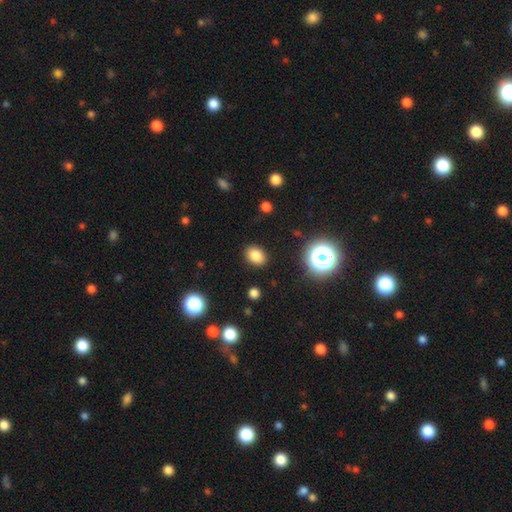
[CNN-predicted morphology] Smooth or featured? smooth (82%)
How rounded? in between (63%)
Merging? none (88%)